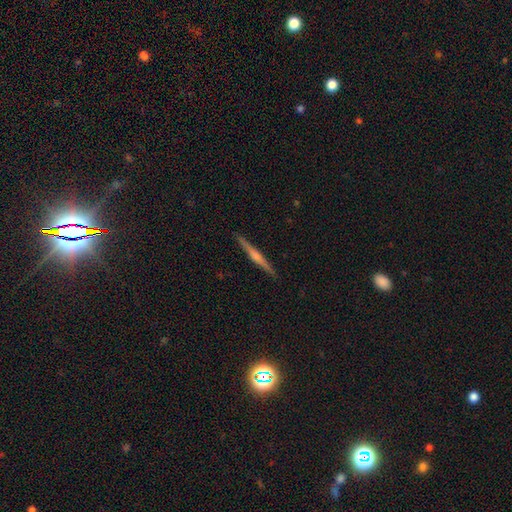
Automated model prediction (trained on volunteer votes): Smooth or featured? Predicted: featured or disk (p=0.72). Edge-on disk? Predicted: yes (p=0.98). Edge-on bulge? Predicted: rounded (p=0.71). Merging? Predicted: none (p=0.92).